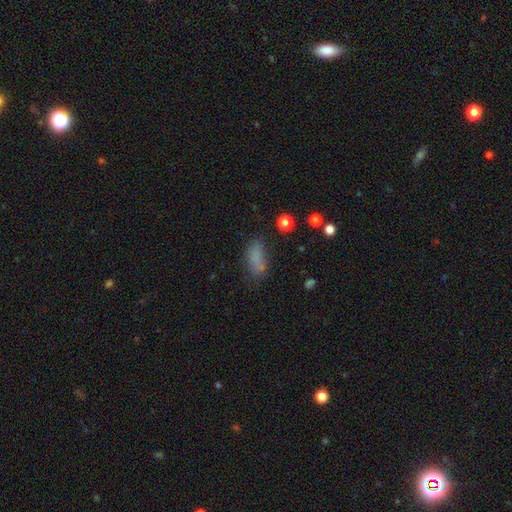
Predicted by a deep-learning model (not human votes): smooth-or-featured: smooth: 74% | star or artifact: 14% | featured or disk: 11%
  how-rounded: in between: 77% | cigar-shaped: 19% | round: 5%
  merging: none: 58% | minor disturbance: 23% | major disturbance: 12% | merger: 7%